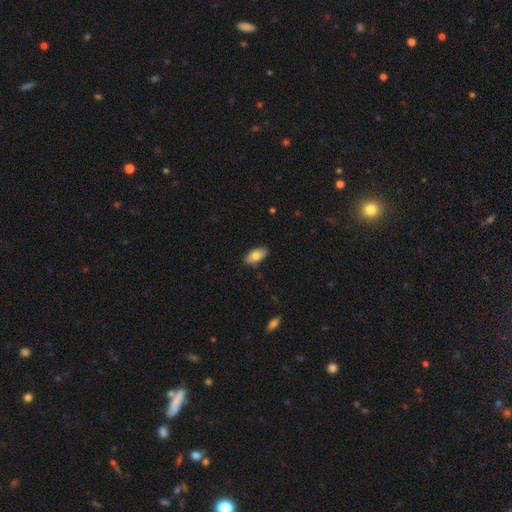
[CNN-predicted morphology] type=smooth (80%); roundness=in between (92%); merging=none (86%).